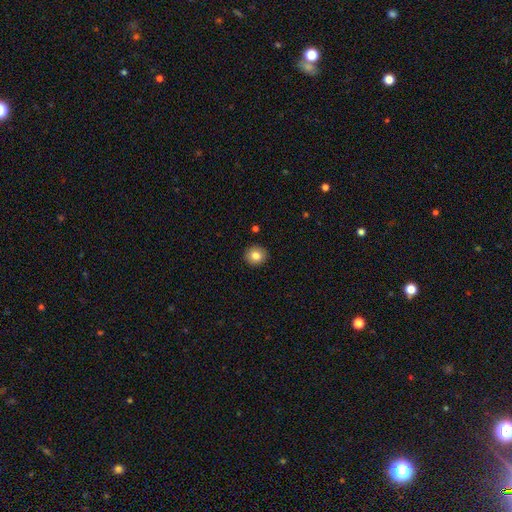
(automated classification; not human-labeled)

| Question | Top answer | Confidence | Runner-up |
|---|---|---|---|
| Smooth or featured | smooth | 82% | star or artifact (9%) |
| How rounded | round | 88% | in between (11%) |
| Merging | none | 91% | minor disturbance (6%) |